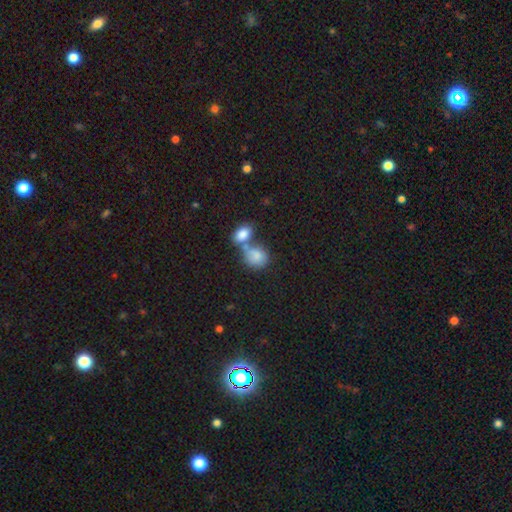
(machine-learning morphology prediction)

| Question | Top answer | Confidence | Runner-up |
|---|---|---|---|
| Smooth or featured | smooth | 83% | featured or disk (9%) |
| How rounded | in between | 56% | round (42%) |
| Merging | merger | 53% | none (31%) |